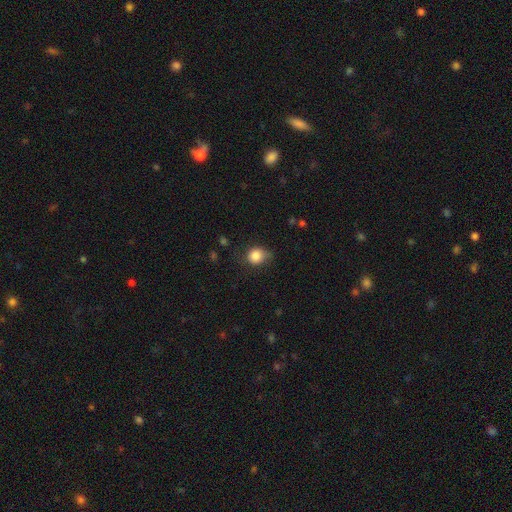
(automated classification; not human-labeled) Smooth or featured: smooth — 84% (star or artifact — 9%)
How rounded: round — 73% (in between — 26%)
Merging: none — 60% (minor disturbance — 30%)